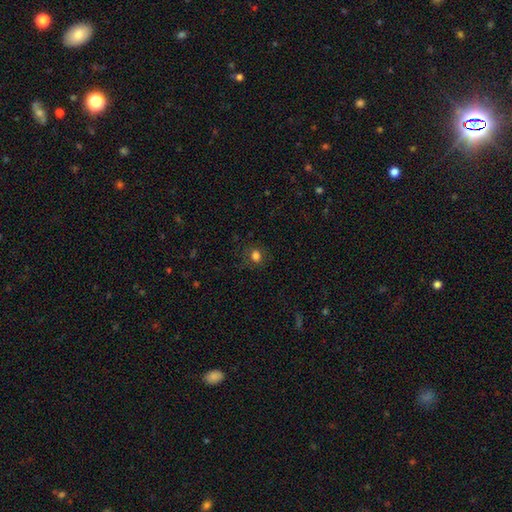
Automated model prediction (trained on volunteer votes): Overall: smooth (78%). How rounded: round (60%; in between 39%). Merging: none (80%).